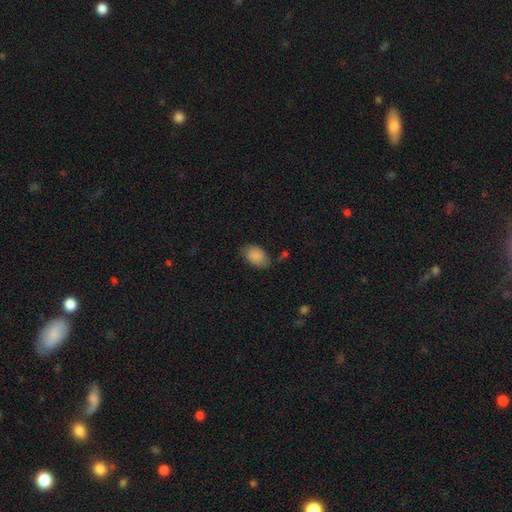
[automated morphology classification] This appears to be a smooth galaxy with no disk features (85%) that is in between round and cigar-shaped (90%). Merging: none (64%).